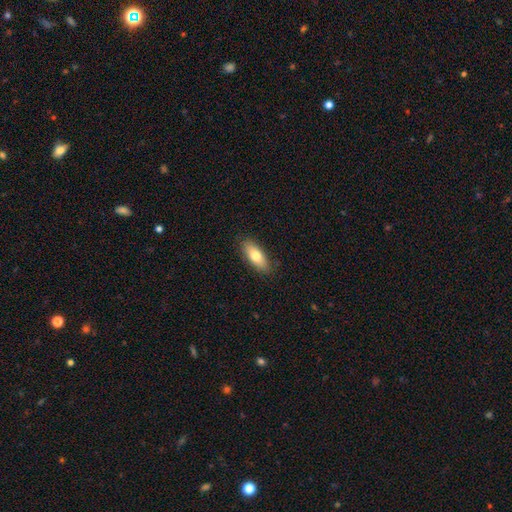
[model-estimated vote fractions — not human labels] Smooth or featured?
  - smooth: 74% *
  - featured or disk: 20%
  - star or artifact: 6%
How rounded?
  - in between: 73% *
  - cigar-shaped: 25%
  - round: 3%
Merging?
  - none: 87% *
  - minor disturbance: 10%
  - major disturbance: 2%
  - merger: 1%